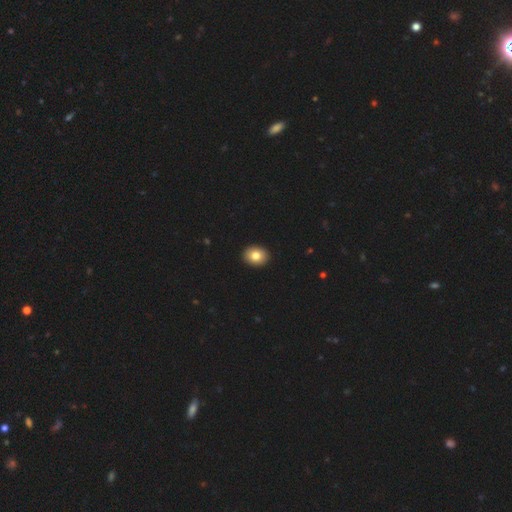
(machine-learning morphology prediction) A smooth galaxy with no disk features (82%) that is in between round and cigar-shaped (53%).

Vote fractions:
- Smooth or featured? smooth: 82% / featured or disk: 9% / star or artifact: 9%
- How rounded? in between: 53% / round: 46% / cigar-shaped: 1%
- Merging? none: 93% / minor disturbance: 5% / major disturbance: 1% / merger: 1%